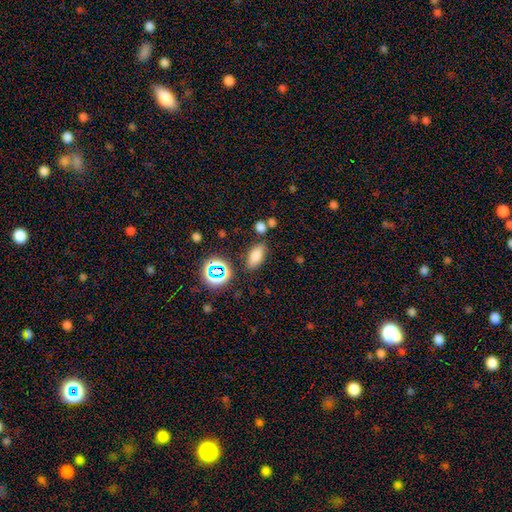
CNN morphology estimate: Smooth or featured: smooth — 75% (star or artifact — 16%)
How rounded: in between — 83% (cigar-shaped — 9%)
Merging: none — 79% (minor disturbance — 12%)